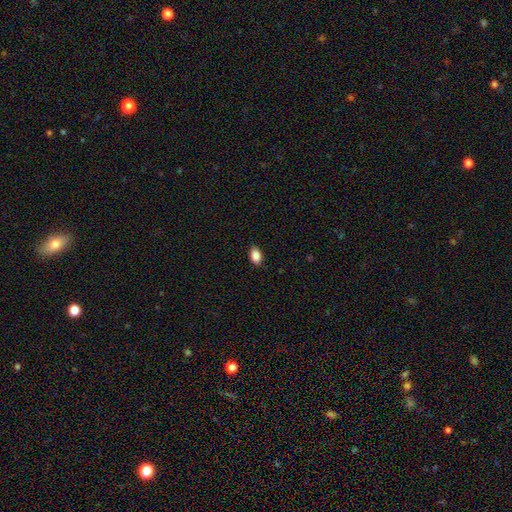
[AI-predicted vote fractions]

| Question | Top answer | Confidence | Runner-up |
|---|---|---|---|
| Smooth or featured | smooth | 88% | star or artifact (8%) |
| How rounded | in between | 88% | round (11%) |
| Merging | none | 87% | minor disturbance (10%) |